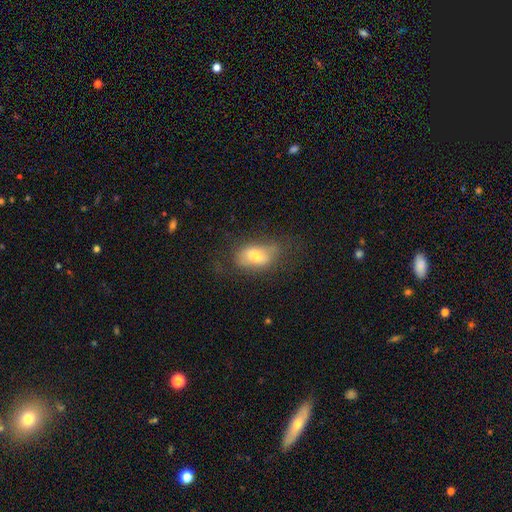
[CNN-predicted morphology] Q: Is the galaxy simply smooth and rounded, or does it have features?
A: smooth — 62%.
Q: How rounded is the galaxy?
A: in between — 84%.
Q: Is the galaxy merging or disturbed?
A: none — 55%.